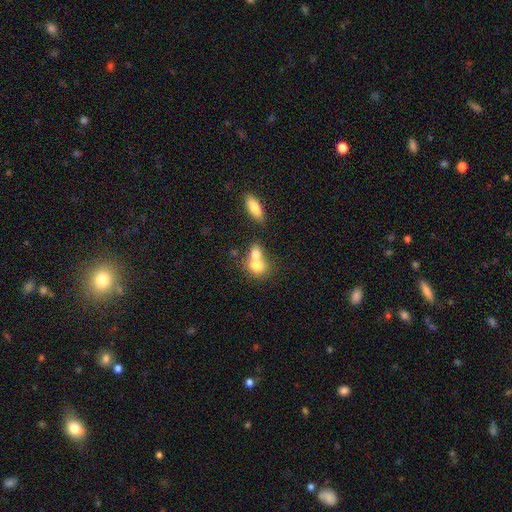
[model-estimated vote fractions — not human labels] Smooth or featured? smooth (73%)
How rounded? round (53%)
Merging? merger (67%)